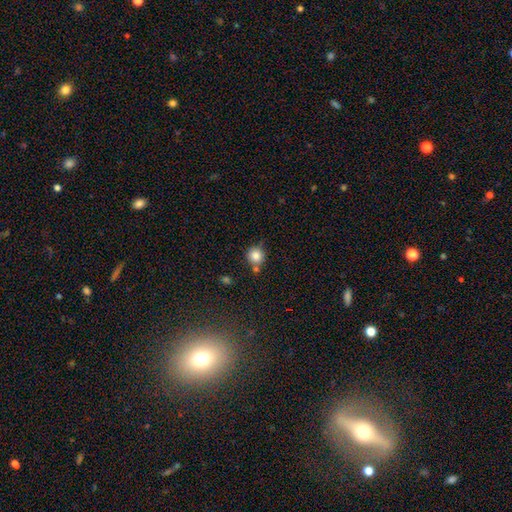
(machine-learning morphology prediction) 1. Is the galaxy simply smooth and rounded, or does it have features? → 82% smooth, 11% star or artifact, 7% featured or disk.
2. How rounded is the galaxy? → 92% round, 7% in between, 1% cigar-shaped.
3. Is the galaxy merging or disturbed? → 64% none, 18% merger, 14% minor disturbance, 4% major disturbance.